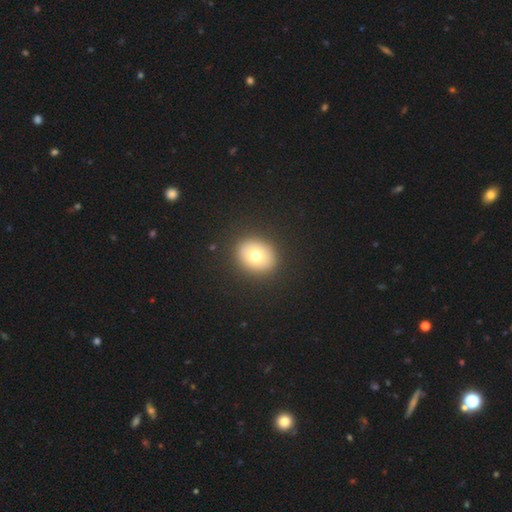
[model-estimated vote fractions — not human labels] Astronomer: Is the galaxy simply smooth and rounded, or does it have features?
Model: smooth — 72%.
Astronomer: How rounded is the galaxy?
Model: round — 58% (runner-up: in between, 41%).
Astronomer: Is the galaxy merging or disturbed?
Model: none — 91%.